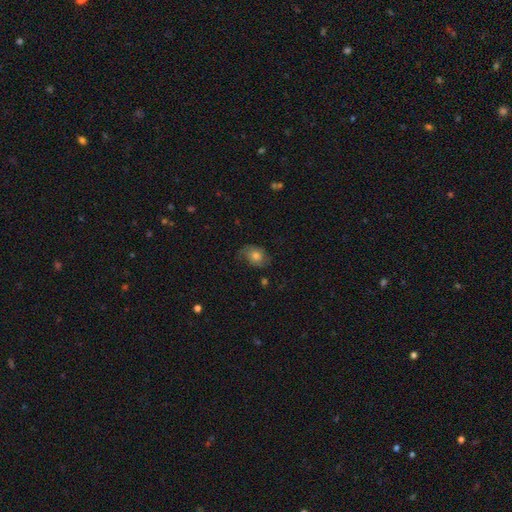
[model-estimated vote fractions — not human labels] Overall: smooth (61%; featured or disk 29%). How rounded: in between (62%; round 37%). Merging: none (61%; minor disturbance 26%).